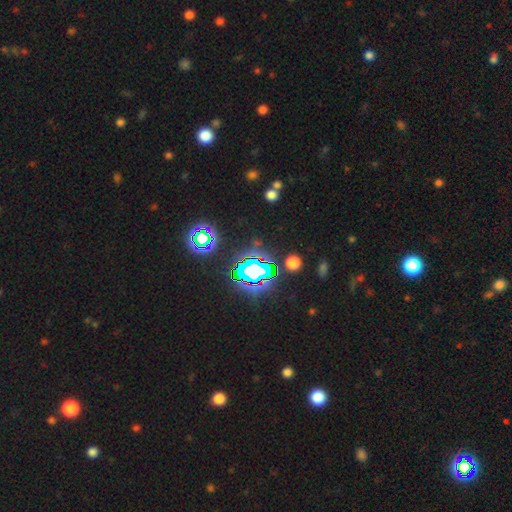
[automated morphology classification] Q: Smooth or featured?
A: star or artifact (83%); runner-up: smooth (11%)